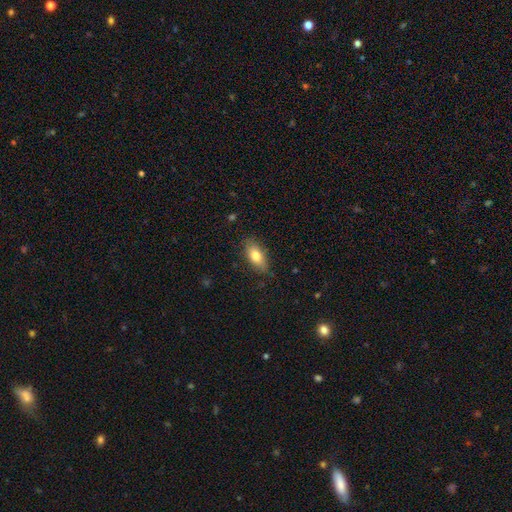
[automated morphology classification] Q: Smooth or featured?
A: smooth (77%); runner-up: featured or disk (16%)
Q: How rounded?
A: in between (84%); runner-up: cigar-shaped (12%)
Q: Merging?
A: none (79%); runner-up: minor disturbance (16%)